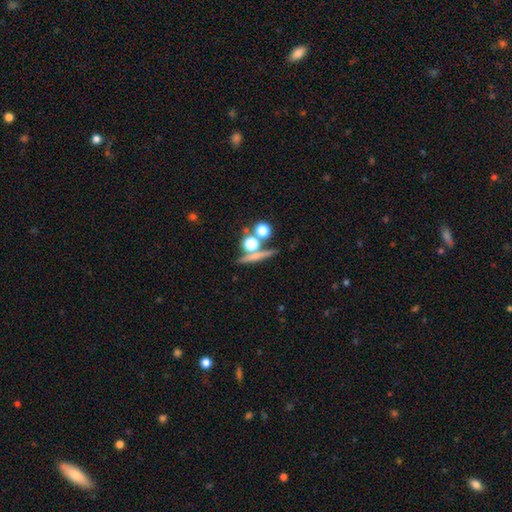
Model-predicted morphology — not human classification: This appears to be a smooth galaxy with no disk features (49%). Merging: none (68%).